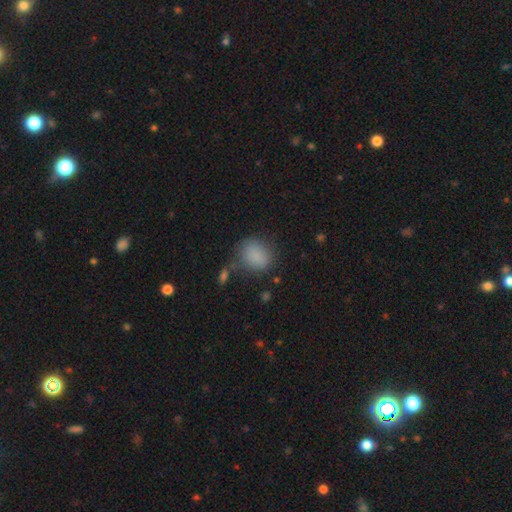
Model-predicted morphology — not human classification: This is clearly a smooth galaxy (85%). How rounded: possibly round (57%). Merging: likely none (68%).